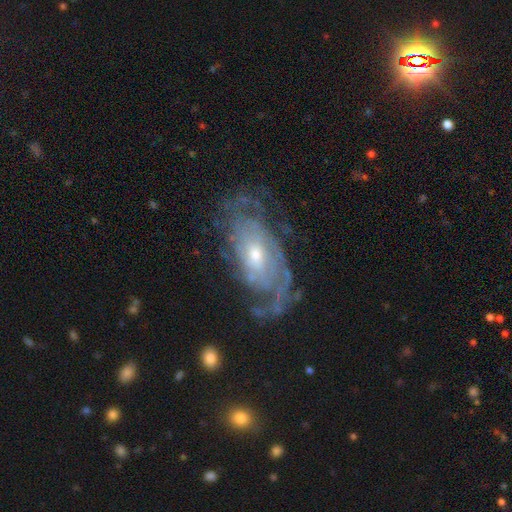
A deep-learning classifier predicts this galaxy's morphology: Smooth or featured? Predicted: featured or disk (p=0.85). Edge-on disk? Predicted: no (p=0.94). Bar? Predicted: no (p=0.67). Spiral arms? Predicted: yes (p=0.92). Spiral winding? Predicted: tight (p=0.57). Spiral arm count? Predicted: can't tell (p=0.42). Bulge size? Predicted: moderate (p=0.48). Merging? Predicted: none (p=0.64).